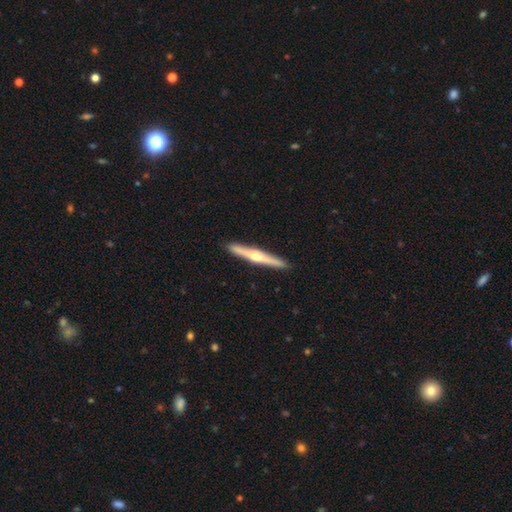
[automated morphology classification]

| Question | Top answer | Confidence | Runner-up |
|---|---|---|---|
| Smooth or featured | featured or disk | 71% | smooth (24%) |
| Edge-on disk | yes | 98% | no (2%) |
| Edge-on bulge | rounded | 91% | none (6%) |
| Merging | none | 92% | minor disturbance (6%) |